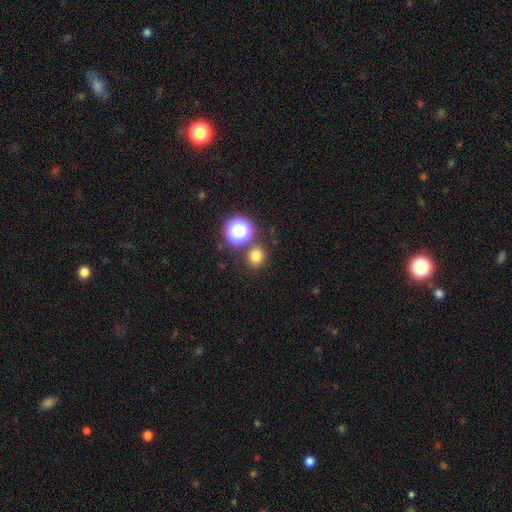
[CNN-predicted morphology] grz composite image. It shows a smooth galaxy with no disk features (75%) that is round (82%). Merging: none (80%).